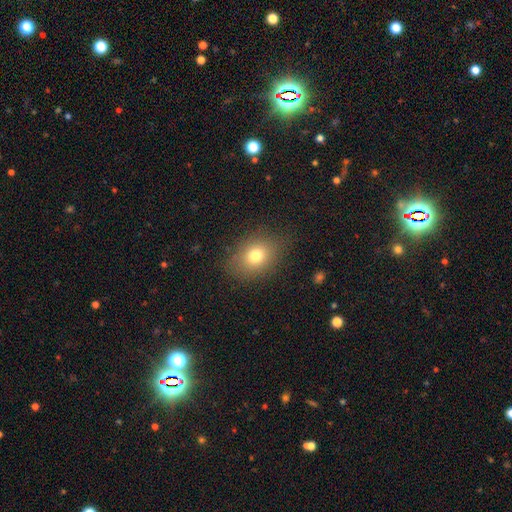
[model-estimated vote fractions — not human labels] Q: Smooth or featured?
A: smooth (75%); runner-up: featured or disk (13%)
Q: How rounded?
A: in between (63%); runner-up: round (36%)
Q: Merging?
A: none (80%); runner-up: minor disturbance (13%)